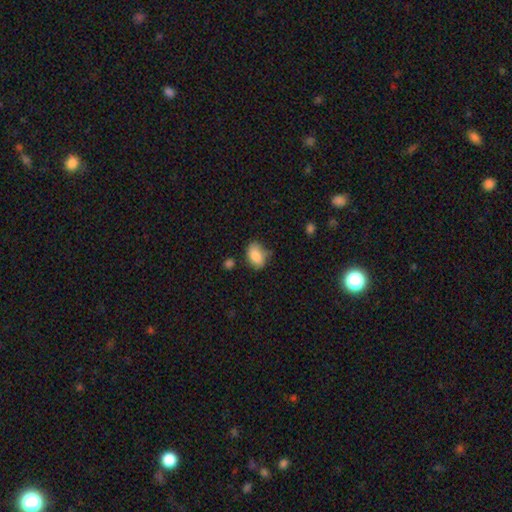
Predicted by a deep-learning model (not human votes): Morphology: type=smooth (86%); roundness=in between (88%); merging=none (60%).